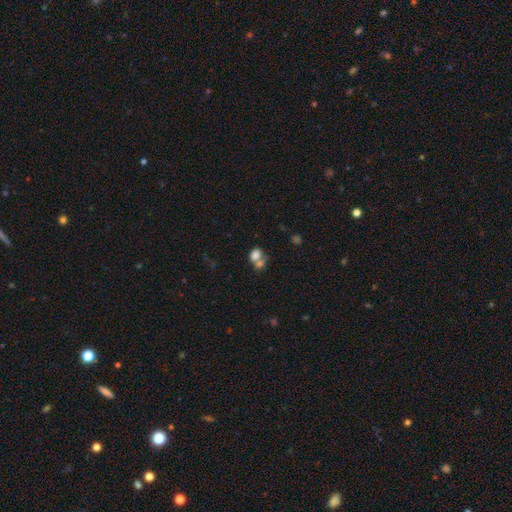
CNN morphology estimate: A smooth galaxy with no disk features (75%) that is in between round and cigar-shaped (63%).

Vote fractions:
- Smooth or featured? smooth: 75% / featured or disk: 13% / star or artifact: 12%
- How rounded? in between: 63% / round: 36% / cigar-shaped: 1%
- Merging? merger: 59% / none: 26% / minor disturbance: 8% / major disturbance: 6%